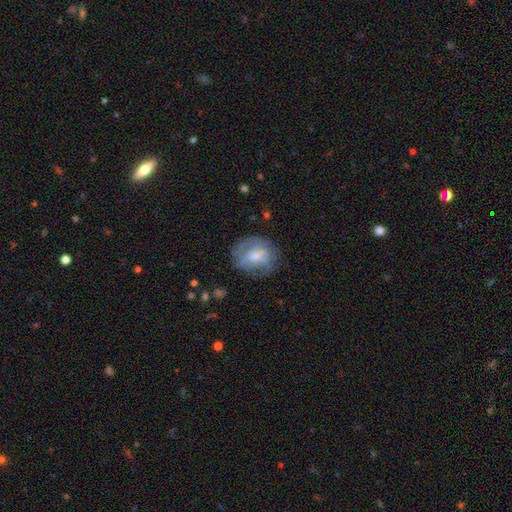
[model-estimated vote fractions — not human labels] Morphology: type=featured or disk (54%); edge-on=no (97%); bar=weak (44%, tied with no); spiral arms=yes (64%); bulge=small (48%); merging=none (65%).